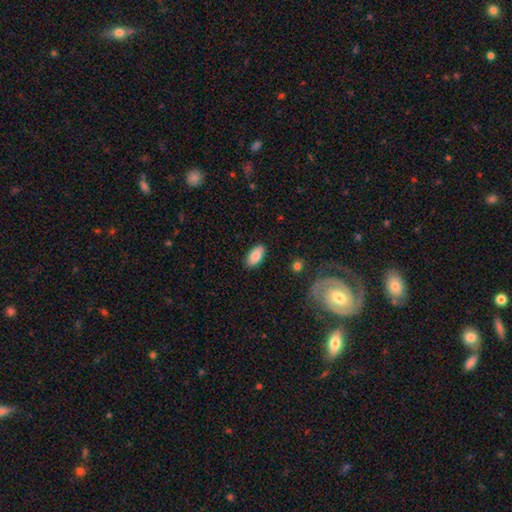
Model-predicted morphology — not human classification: Smooth or featured? smooth (86%)
How rounded? in between (92%)
Merging? none (87%)